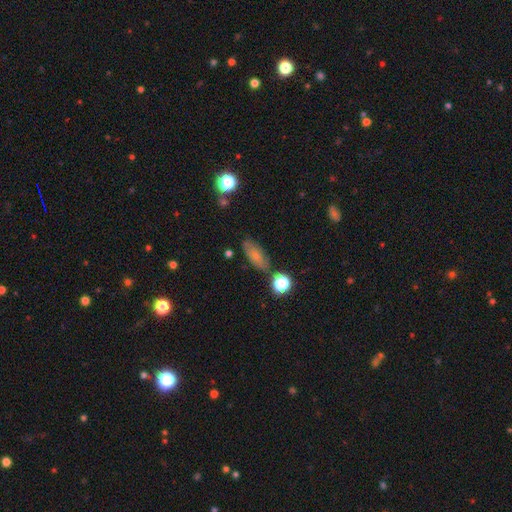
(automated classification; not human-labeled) Morphology: type=smooth (67%); roundness=in between (80%); merging=none (73%).